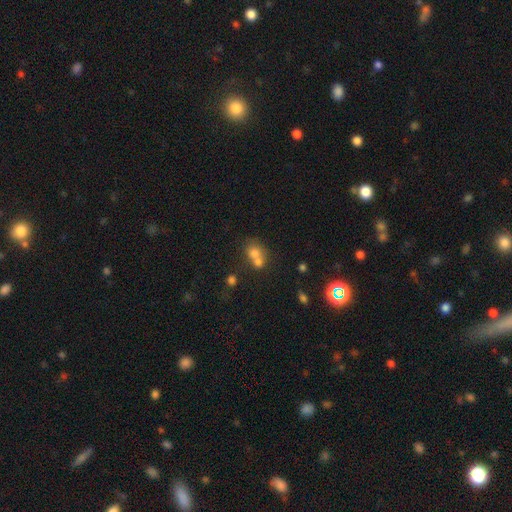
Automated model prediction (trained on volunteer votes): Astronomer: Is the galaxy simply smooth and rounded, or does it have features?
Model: smooth — 70%.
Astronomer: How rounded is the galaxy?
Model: round — 65%.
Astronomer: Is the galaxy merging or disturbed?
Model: merger — 59%.